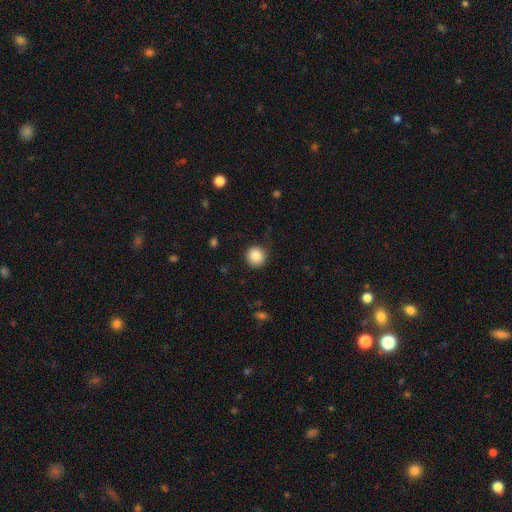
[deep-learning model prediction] A smooth galaxy with no disk features (87%) that is round (92%). Merging: none (88%).